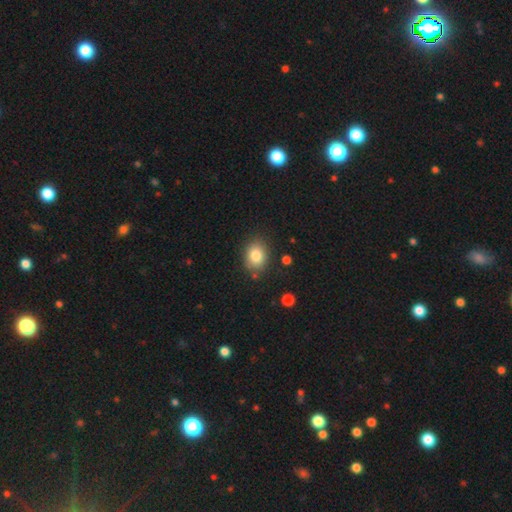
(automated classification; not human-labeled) Smooth or featured? smooth (83%)
How rounded? in between (56%)
Merging? none (81%)